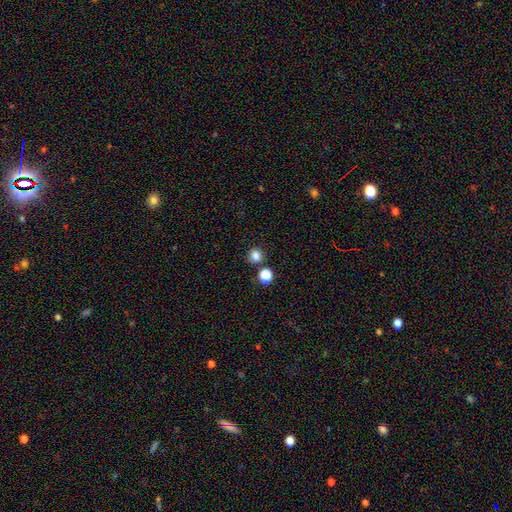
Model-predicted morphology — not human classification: Q: Smooth or featured?
A: smooth (82%); runner-up: star or artifact (13%)
Q: How rounded?
A: round (84%); runner-up: in between (15%)
Q: Merging?
A: none (78%); runner-up: merger (10%)